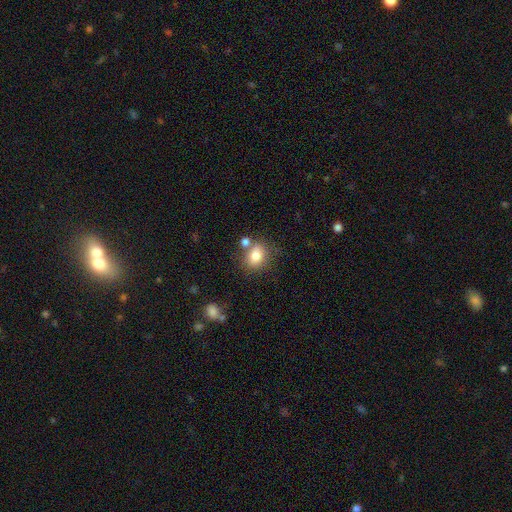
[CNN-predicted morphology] Overall: smooth (80%). How rounded: in between (50%; round 49%). Merging: none (62%).